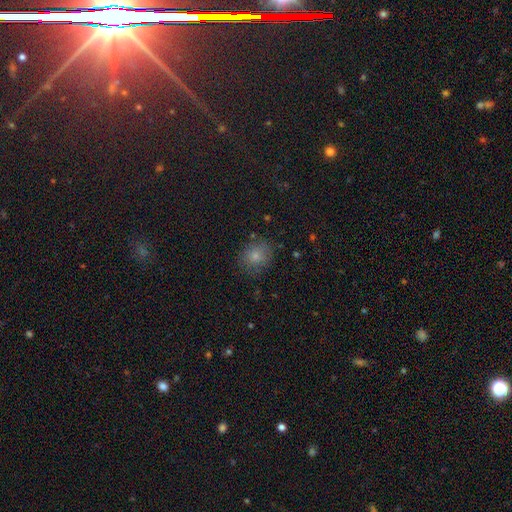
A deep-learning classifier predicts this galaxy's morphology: Overall: smooth (79%). How rounded: round (68%; in between 31%). Merging: none (76%).